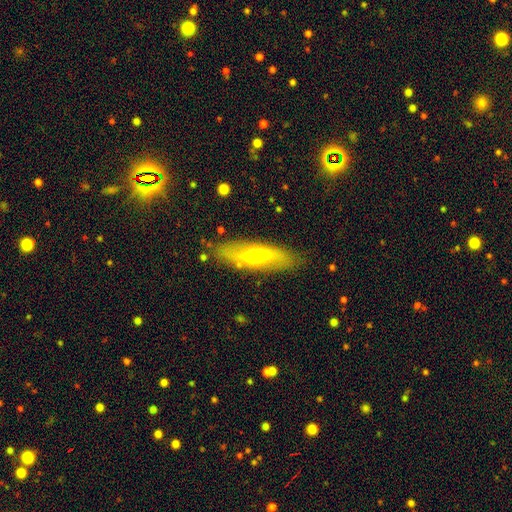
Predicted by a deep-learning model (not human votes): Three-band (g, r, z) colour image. It shows a featured or disk galaxy (50%). Merging: none (82%).